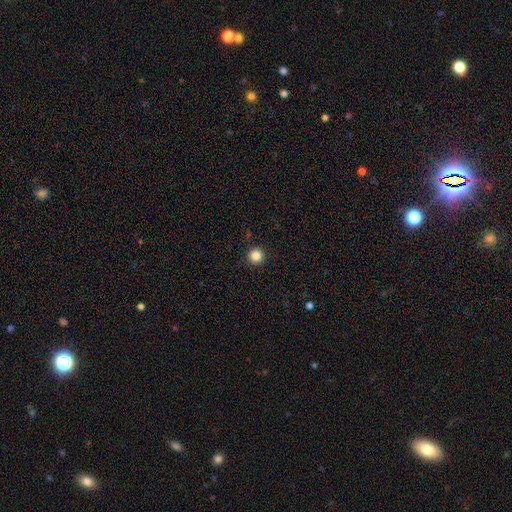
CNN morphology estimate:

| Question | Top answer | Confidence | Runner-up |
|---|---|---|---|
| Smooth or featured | smooth | 85% | star or artifact (11%) |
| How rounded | round | 96% | in between (3%) |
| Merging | none | 93% | minor disturbance (5%) |